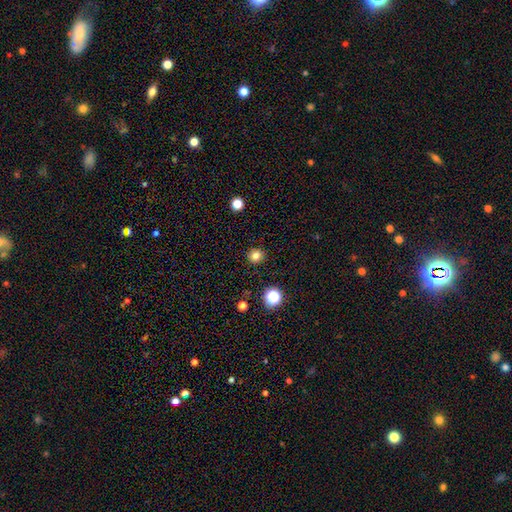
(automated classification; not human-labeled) smooth-or-featured: smooth: 80% | star or artifact: 14% | featured or disk: 6%
  how-rounded: round: 91% | in between: 8% | cigar-shaped: 1%
  merging: none: 92% | minor disturbance: 5% | major disturbance: 2% | merger: 1%